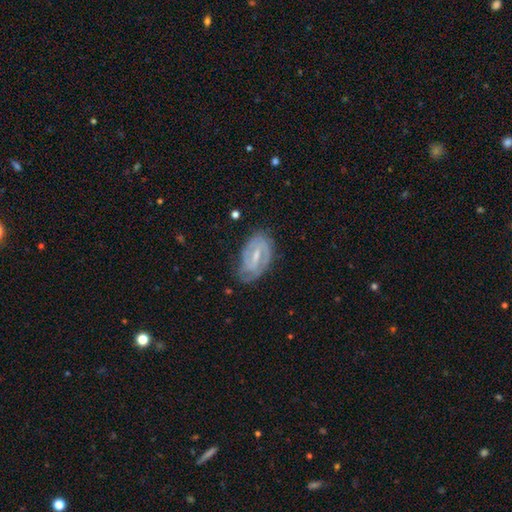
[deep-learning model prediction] featured or disk 79%, smooth 14%, star or artifact 7%. Down the decision tree: edge-on disk — no (95%); bar — weak (47%); spiral arms — yes (90%); spiral arm count — 2 (66%); spiral winding — tight (52%); bulge size — small (54%); merging — none (67%).